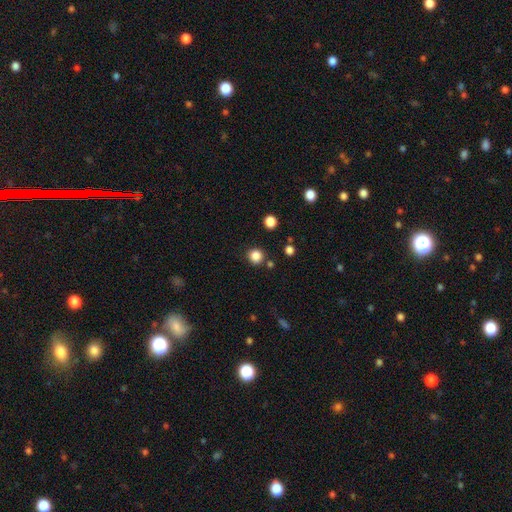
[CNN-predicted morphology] type=smooth (85%); roundness=round (92%); merging=none (86%).